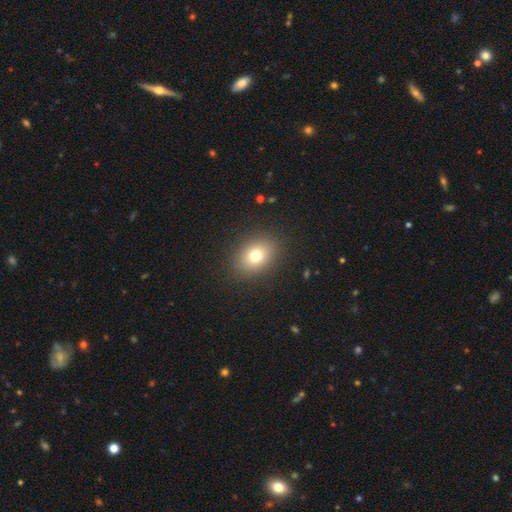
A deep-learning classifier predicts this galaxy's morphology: Q: Smooth or featured?
A: smooth (76%); runner-up: star or artifact (13%)
Q: How rounded?
A: in between (59%); runner-up: round (40%)
Q: Merging?
A: none (88%); runner-up: minor disturbance (8%)